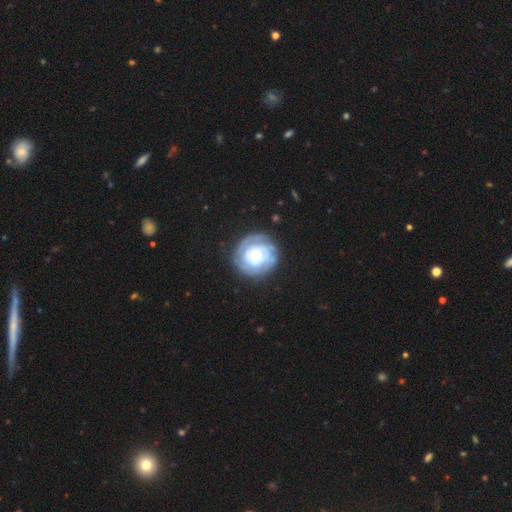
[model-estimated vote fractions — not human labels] A featured or disk galaxy (69%) with no bar (83%), tight (76%) spiral arms (77%) and a moderate central bulge (44%).

Vote fractions:
- Smooth or featured? featured or disk: 69% / smooth: 25% / star or artifact: 6%
- Edge-on disk? no: 98% / yes: 2%
- Bar? no: 83% / weak: 14% / strong: 4%
- Spiral arms? yes: 77% / no: 23%
- Spiral winding? tight: 76% / medium: 17% / loose: 7%
- Spiral arm count? can't tell: 50% / 2: 21% / 3: 12% / 1: 8% / 4: 6% / more than 4: 5%
- Bulge size? moderate: 44% / small: 43% / large: 9% / none: 2% / dominant: 2%
- Merging? none: 76% / minor disturbance: 15% / major disturbance: 7% / merger: 2%